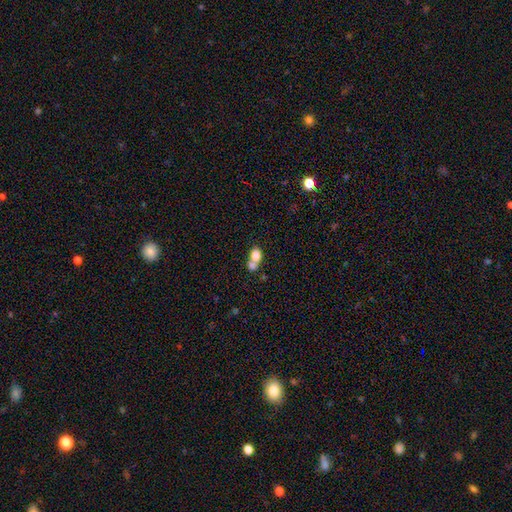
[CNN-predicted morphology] smooth-or-featured: smooth: 77% | featured or disk: 14% | star or artifact: 9%
  how-rounded: in between: 59% | round: 40% | cigar-shaped: 2%
  merging: merger: 65% | none: 25% | minor disturbance: 6% | major disturbance: 4%